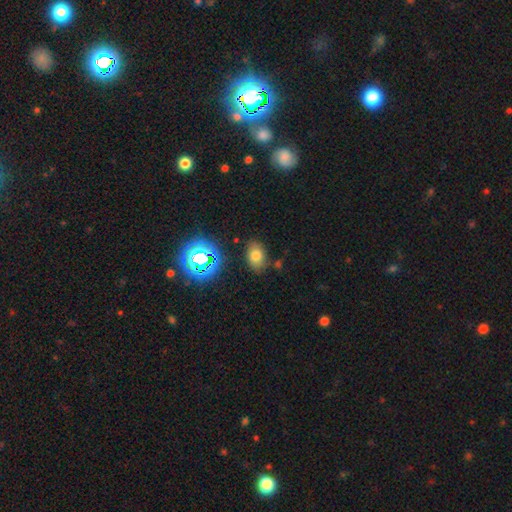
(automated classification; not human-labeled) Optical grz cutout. It shows a smooth galaxy with no disk features (69%) that is in between round and cigar-shaped (78%). Merging: none (80%).